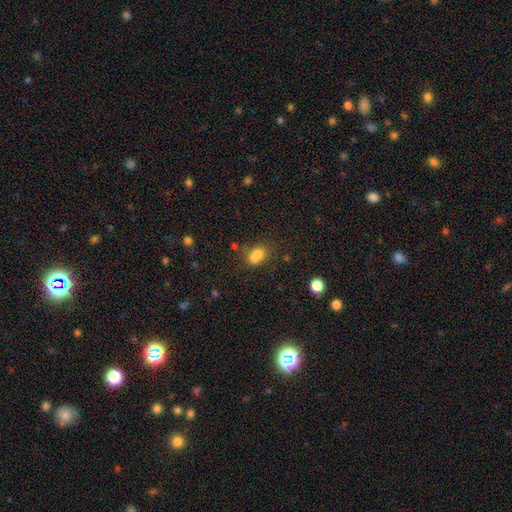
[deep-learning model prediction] Smooth or featured?
  - smooth: 71% *
  - featured or disk: 15%
  - star or artifact: 14%
How rounded?
  - in between: 52% *
  - round: 46%
  - cigar-shaped: 2%
Merging?
  - merger: 53% *
  - none: 32%
  - minor disturbance: 10%
  - major disturbance: 5%